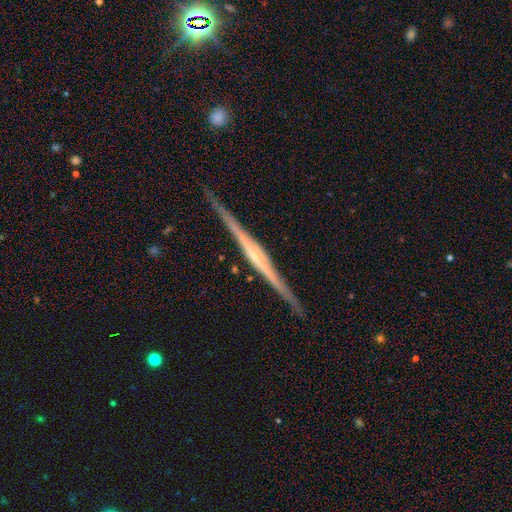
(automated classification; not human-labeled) Q: Smooth or featured?
A: featured or disk (86%); runner-up: smooth (9%)
Q: Edge-on disk?
A: yes (98%); runner-up: no (2%)
Q: Edge-on bulge?
A: rounded (62%); runner-up: none (21%)
Q: Merging?
A: none (91%); runner-up: minor disturbance (7%)